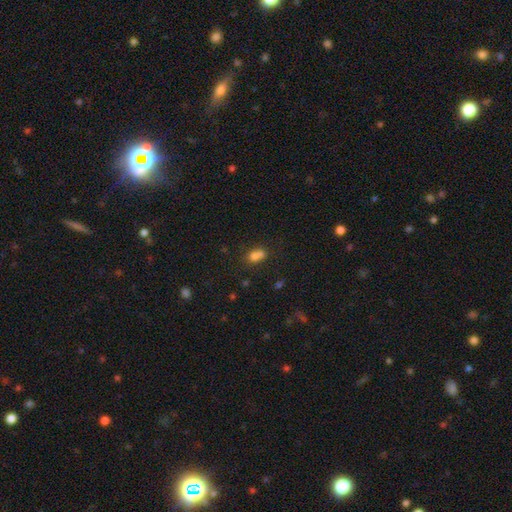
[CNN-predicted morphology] smooth-or-featured: smooth: 73% | star or artifact: 15% | featured or disk: 12%
  how-rounded: in between: 60% | round: 36% | cigar-shaped: 4%
  merging: merger: 44% | none: 34% | minor disturbance: 14% | major disturbance: 7%